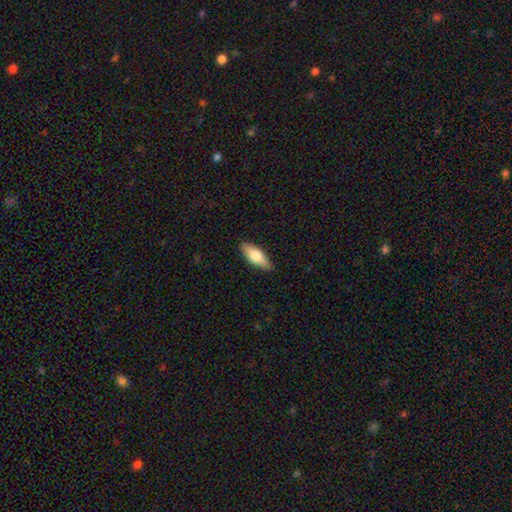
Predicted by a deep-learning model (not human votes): Smooth or featured? Predicted: smooth (p=0.68). How rounded? Predicted: in between (p=0.70). Merging? Predicted: none (p=0.87).